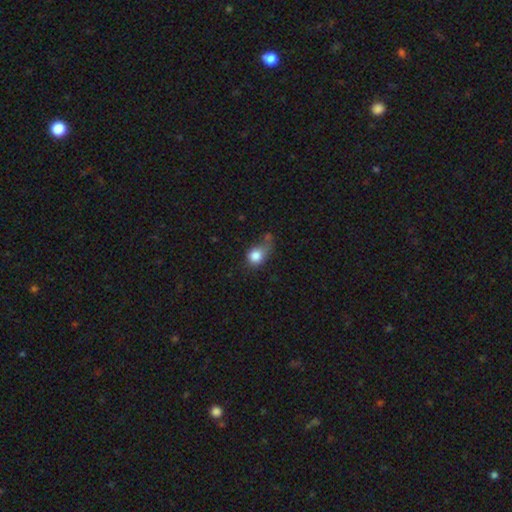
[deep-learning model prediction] Overall: smooth (82%). How rounded: round (65%; in between 34%). Merging: none (33%, tied with minor disturbance).